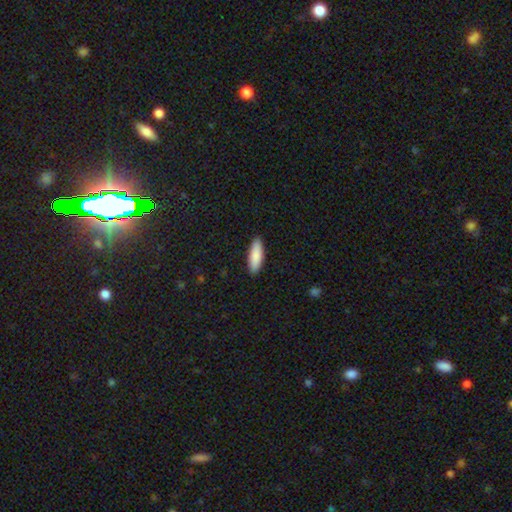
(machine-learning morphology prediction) Overall: smooth (88%). How rounded: in between (58%; cigar-shaped 40%). Merging: none (90%).